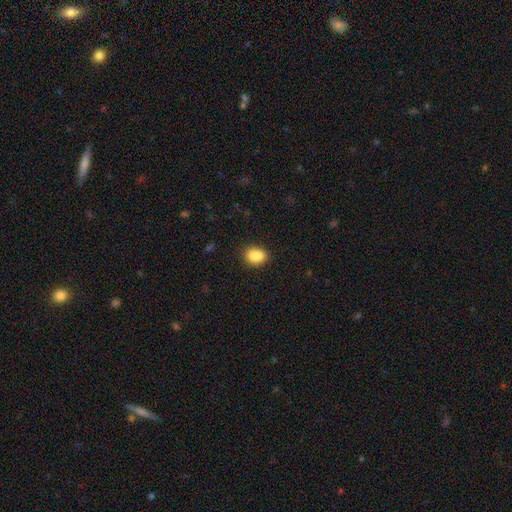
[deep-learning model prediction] Smooth or featured? smooth (83%)
How rounded? in between (68%)
Merging? none (64%)